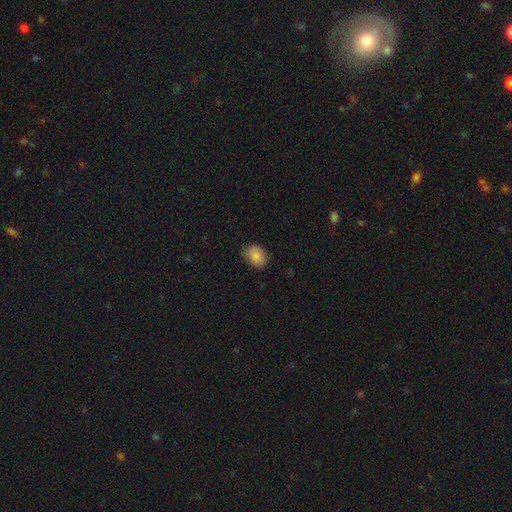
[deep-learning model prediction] Smooth or featured?
  - smooth: 87% *
  - star or artifact: 8%
  - featured or disk: 6%
How rounded?
  - in between: 78% *
  - round: 21%
  - cigar-shaped: 1%
Merging?
  - none: 80% *
  - minor disturbance: 16%
  - major disturbance: 3%
  - merger: 1%